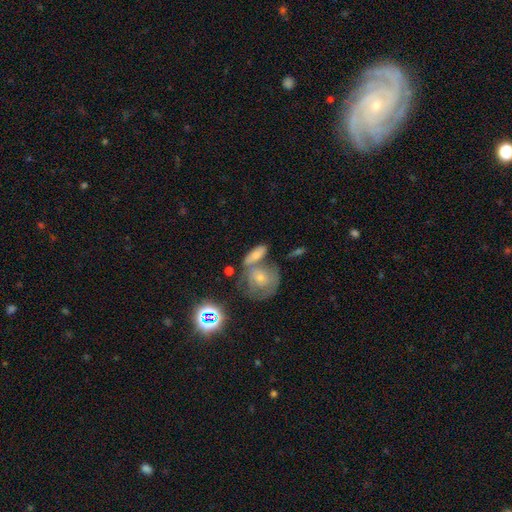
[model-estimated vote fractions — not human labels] Overall: featured or disk (45%; smooth 38%). Merging: none (41%; merger 40%).